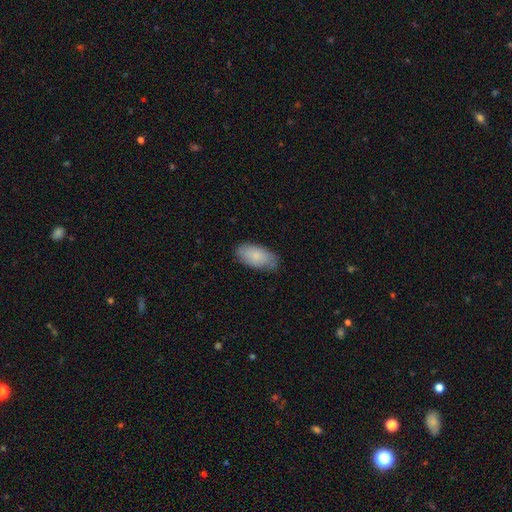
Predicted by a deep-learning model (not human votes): smooth_or_featured: smooth (p=0.77) [alt: featured or disk p=0.17]
how_rounded: in between (p=0.94) [alt: cigar-shaped p=0.03]
merging: none (p=0.71) [alt: minor disturbance p=0.24]